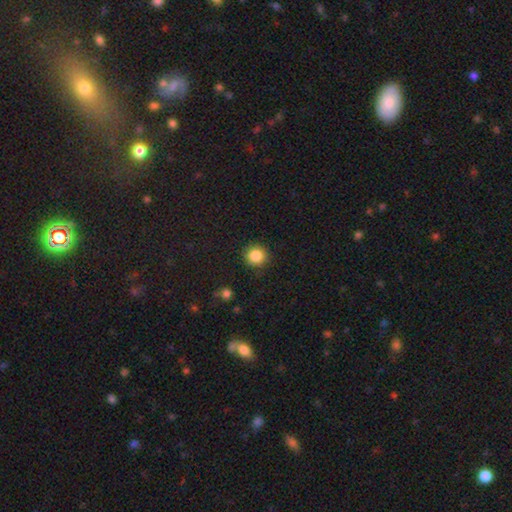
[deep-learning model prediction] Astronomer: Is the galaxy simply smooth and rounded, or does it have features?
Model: smooth — 86%.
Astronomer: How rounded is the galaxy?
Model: round — 93%.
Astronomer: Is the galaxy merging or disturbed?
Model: none — 90%.